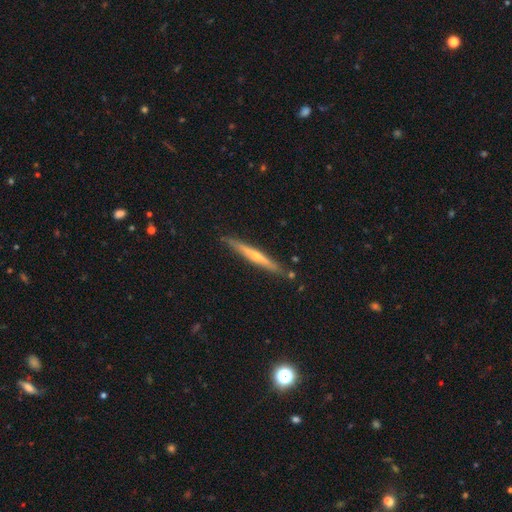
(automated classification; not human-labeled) Morphology: type=featured or disk (69%); edge-on=yes (97%); edge-on bulge=rounded (73%); merging=none (87%).